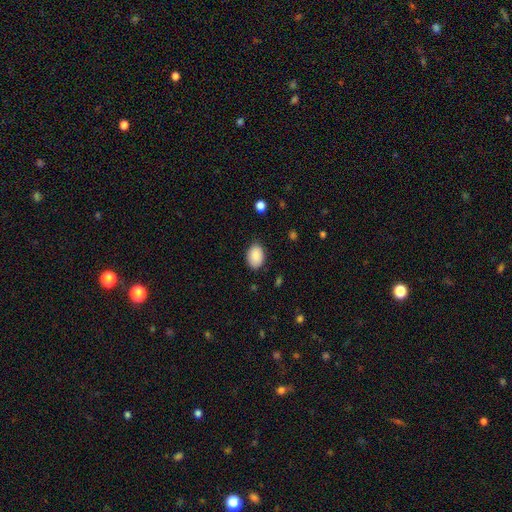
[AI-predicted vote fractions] smooth 88%, star or artifact 7%, featured or disk 5%. Down the decision tree: how rounded — in between (81%); merging — none (81%).